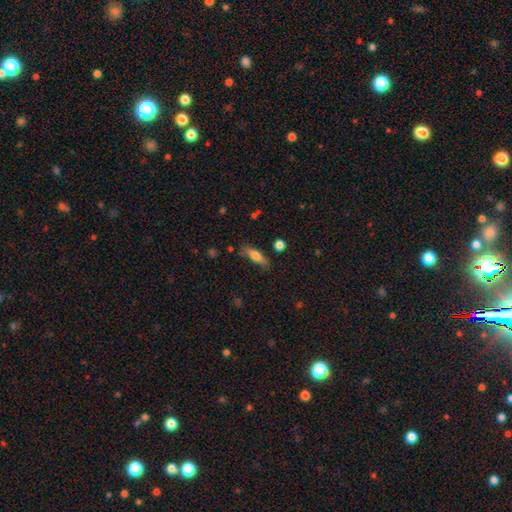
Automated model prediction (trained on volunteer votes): Morphology: type=smooth (66%); roundness=cigar-shaped (51%); merging=none (77%).